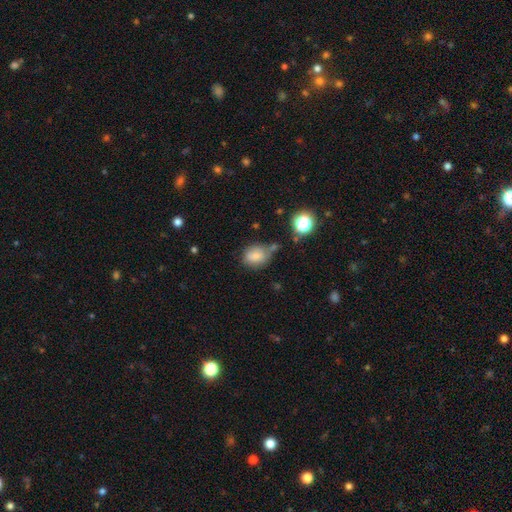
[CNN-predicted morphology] Overall: smooth (74%). How rounded: in between (51%; round 47%). Merging: none (49%; minor disturbance 27%).